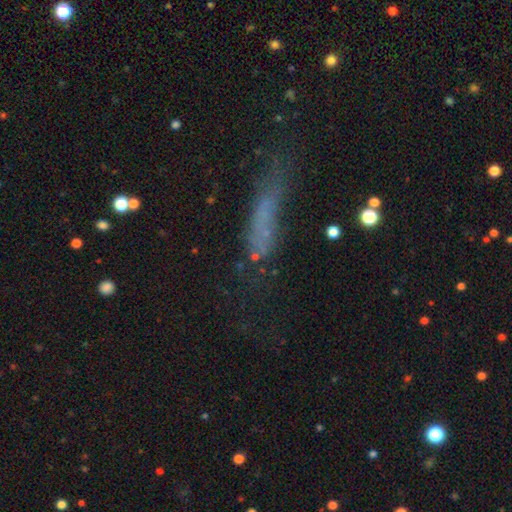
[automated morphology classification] Smooth or featured? Predicted: smooth (p=0.49). Merging? Predicted: none (p=0.34).